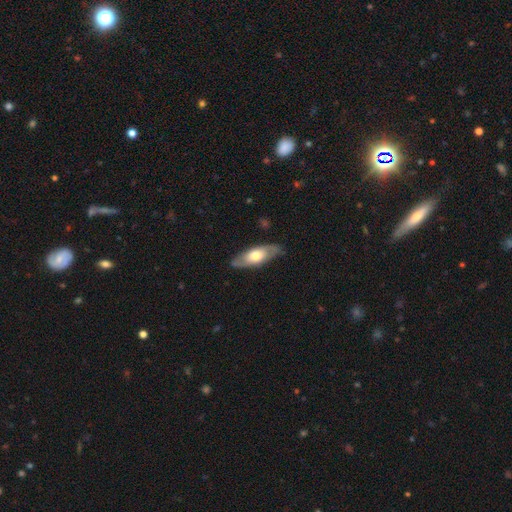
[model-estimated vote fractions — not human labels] This is possibly a smooth galaxy (48%). Merging: clearly none (84%).